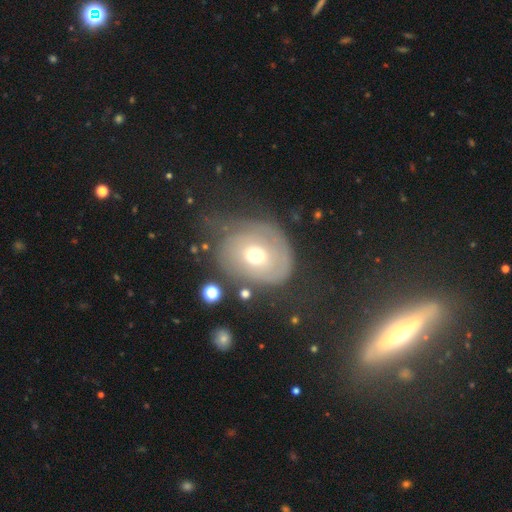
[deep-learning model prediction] The model was most divided on "merging": none: 49%, major disturbance: 25%, minor disturbance: 22%, merger: 4%. More confident: edge-on disk — no (96%); bar — no (80%); bulge size — moderate (72%); spiral arms — yes (62%); smooth or featured — featured or disk (59%).